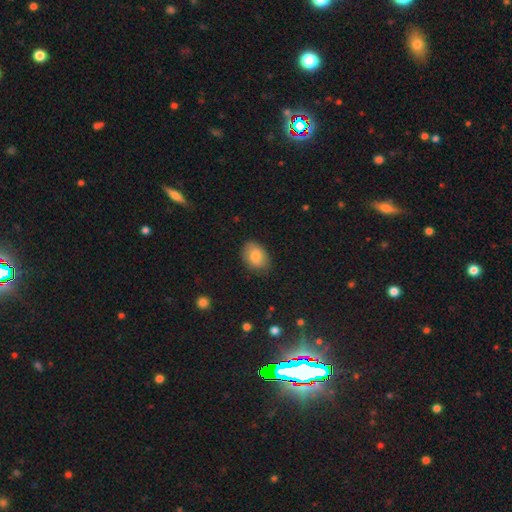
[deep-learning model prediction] The model was most divided on "how rounded": in between: 76%, round: 23%, cigar-shaped: 1%. More confident: smooth or featured — smooth (82%); merging — none (79%).